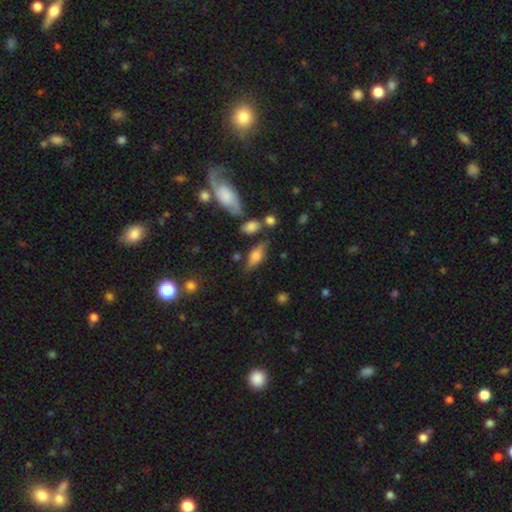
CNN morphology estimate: A smooth galaxy with no disk features (54%) that is in between round and cigar-shaped (71%).

Vote fractions:
- Smooth or featured? smooth: 54% / featured or disk: 37% / star or artifact: 8%
- How rounded? in between: 71% / cigar-shaped: 25% / round: 4%
- Merging? none: 69% / minor disturbance: 19% / merger: 7% / major disturbance: 6%